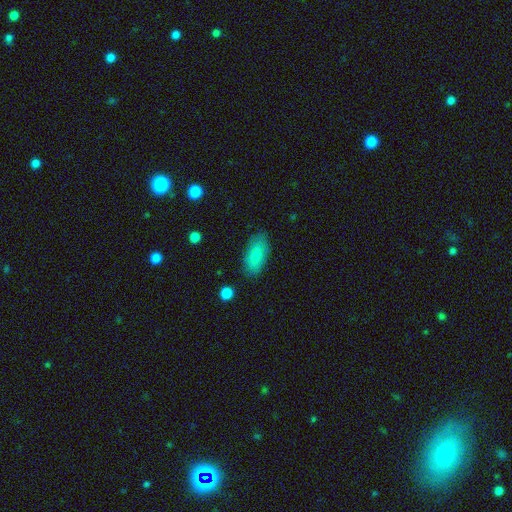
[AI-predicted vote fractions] smooth-or-featured: smooth: 83% | featured or disk: 11% | star or artifact: 6%
  how-rounded: in between: 87% | cigar-shaped: 10% | round: 3%
  merging: none: 82% | minor disturbance: 13% | major disturbance: 3% | merger: 2%